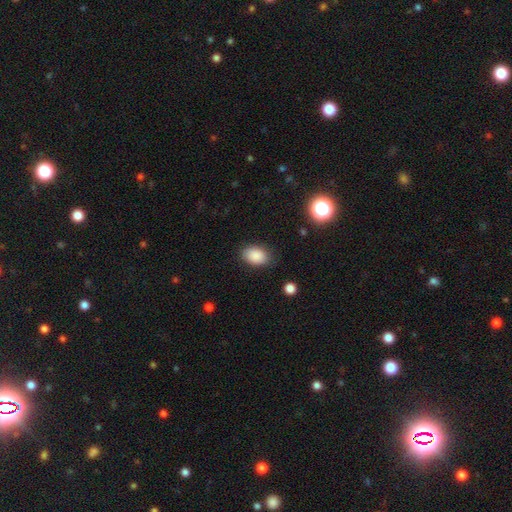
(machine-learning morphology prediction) Smooth or featured? smooth (88%)
How rounded? in between (83%)
Merging? none (82%)